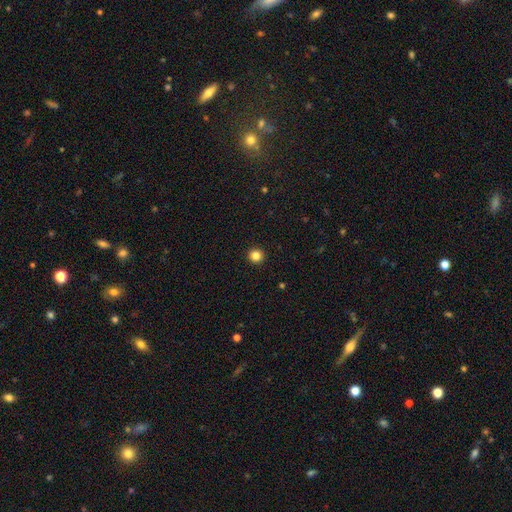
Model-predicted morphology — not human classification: This appears to be a smooth galaxy with no disk features (84%) that is round (95%). Merging: none (94%).